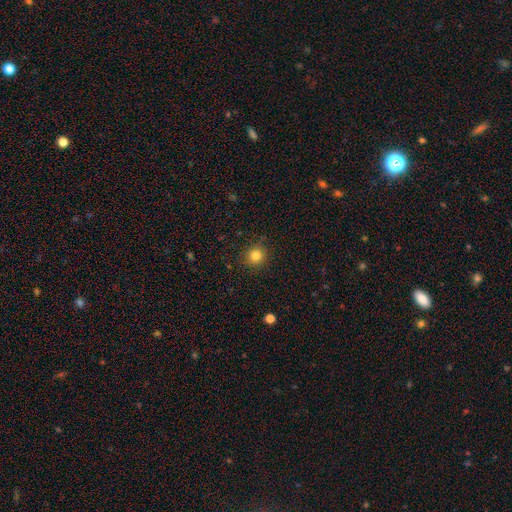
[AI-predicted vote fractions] This is clearly a smooth galaxy (82%). How rounded: clearly round (93%). Merging: clearly none (90%).